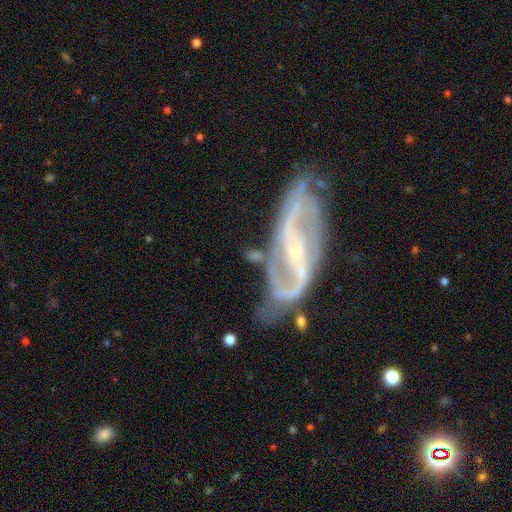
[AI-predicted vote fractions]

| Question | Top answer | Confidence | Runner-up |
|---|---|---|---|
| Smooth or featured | featured or disk | 80% | smooth (13%) |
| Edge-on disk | no | 92% | yes (8%) |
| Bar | weak | 36% | strong (34%) |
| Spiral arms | yes | 88% | no (12%) |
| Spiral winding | medium | 47% | loose (31%) |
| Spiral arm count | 2 | 87% | can't tell (5%) |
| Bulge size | small | 67% | moderate (25%) |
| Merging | none | 51% | minor disturbance (23%) |